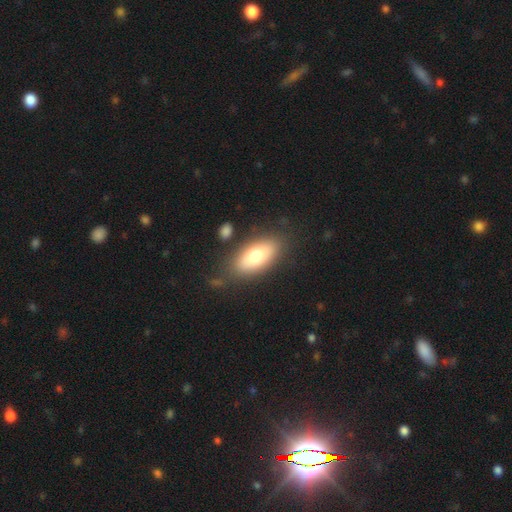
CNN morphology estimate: Smooth or featured?
  - smooth: 74% *
  - featured or disk: 20%
  - star or artifact: 7%
How rounded?
  - in between: 86% *
  - cigar-shaped: 10%
  - round: 3%
Merging?
  - none: 78% *
  - minor disturbance: 13%
  - merger: 4%
  - major disturbance: 4%